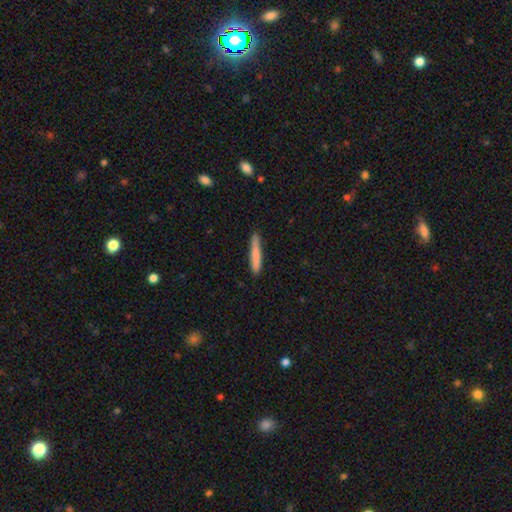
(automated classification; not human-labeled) Smooth or featured?
  - smooth: 78% *
  - featured or disk: 16%
  - star or artifact: 6%
How rounded?
  - cigar-shaped: 94% *
  - in between: 5%
  - round: 1%
Merging?
  - none: 85% *
  - minor disturbance: 12%
  - major disturbance: 2%
  - merger: 1%